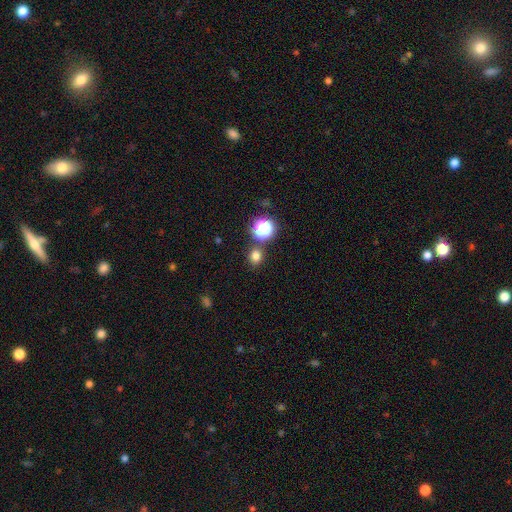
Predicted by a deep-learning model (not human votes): The model was most divided on "smooth or featured": smooth: 74%, star or artifact: 20%, featured or disk: 5%. More confident: merging — none (81%); how rounded — round (77%).